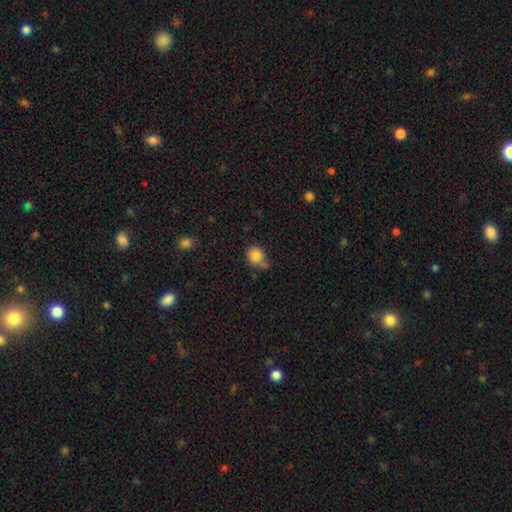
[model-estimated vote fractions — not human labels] The model was most divided on "merging": none: 50%, minor disturbance: 25%, merger: 15%, major disturbance: 9%. More confident: smooth or featured — smooth (85%); how rounded — round (82%).